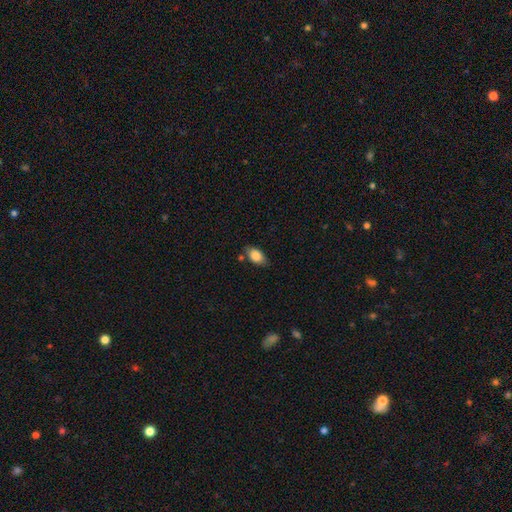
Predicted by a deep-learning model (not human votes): This is clearly a smooth galaxy (84%). How rounded: clearly in between (90%). Merging: likely none (72%).